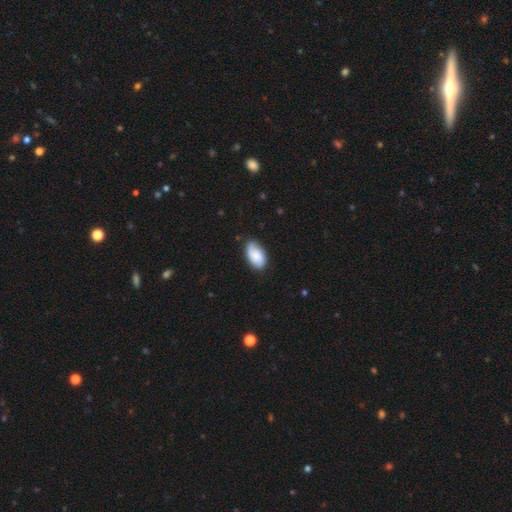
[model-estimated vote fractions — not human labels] Smooth or featured? smooth (69%)
How rounded? in between (94%)
Merging? none (76%)